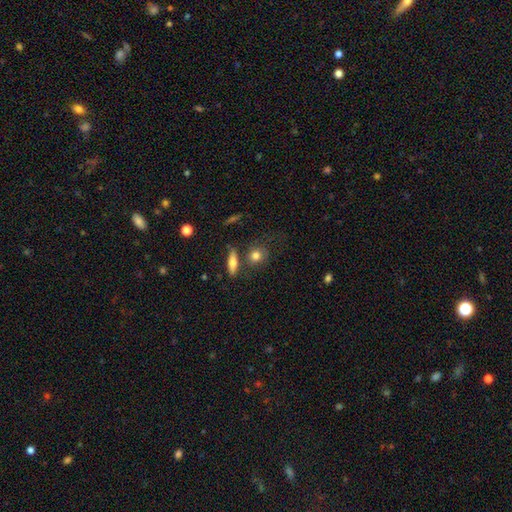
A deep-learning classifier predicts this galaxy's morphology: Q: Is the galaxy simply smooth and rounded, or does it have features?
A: smooth — 76%.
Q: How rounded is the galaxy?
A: round — 64%.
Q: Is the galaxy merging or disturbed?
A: none — 62%.